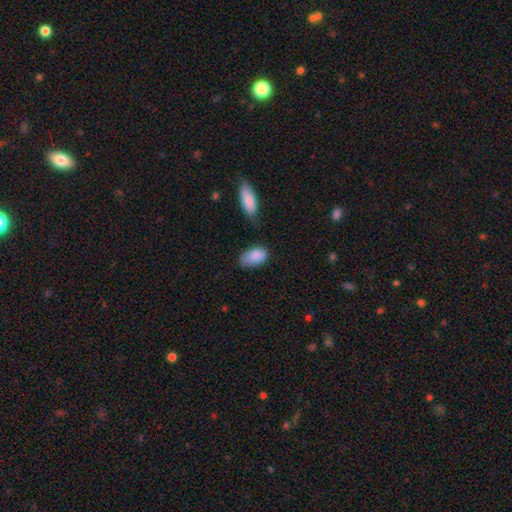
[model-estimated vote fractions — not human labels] smooth_or_featured: smooth (p=0.86) [alt: featured or disk p=0.07]
how_rounded: in between (p=0.93) [alt: round p=0.05]
merging: none (p=0.50) [alt: minor disturbance p=0.35]